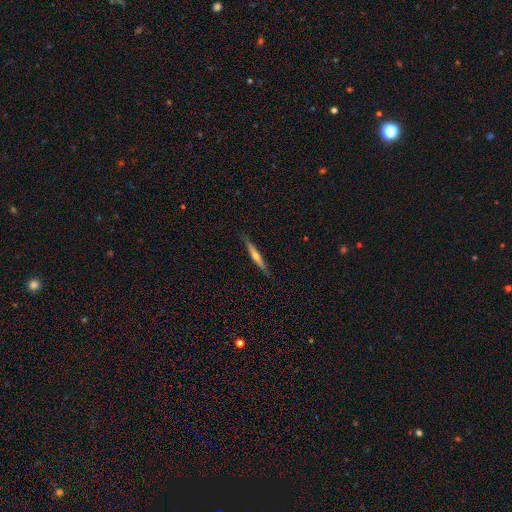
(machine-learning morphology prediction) A featured or disk galaxy (61%) viewed edge-on (97%) with a rounded central bulge (75%).

Vote fractions:
- Smooth or featured? featured or disk: 61% / smooth: 33% / star or artifact: 6%
- Edge-on disk? yes: 97% / no: 3%
- Edge-on bulge? rounded: 75% / none: 21% / boxy: 4%
- Merging? none: 88% / minor disturbance: 9% / major disturbance: 2% / merger: 1%